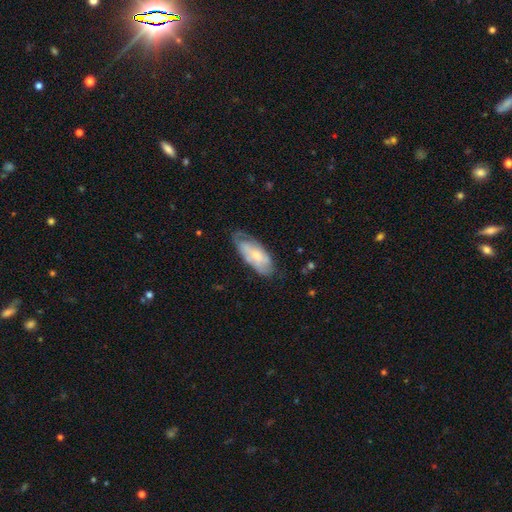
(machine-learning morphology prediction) This is possibly a smooth galaxy (53%). How rounded: clearly in between (83%). Merging: possibly none (53%).